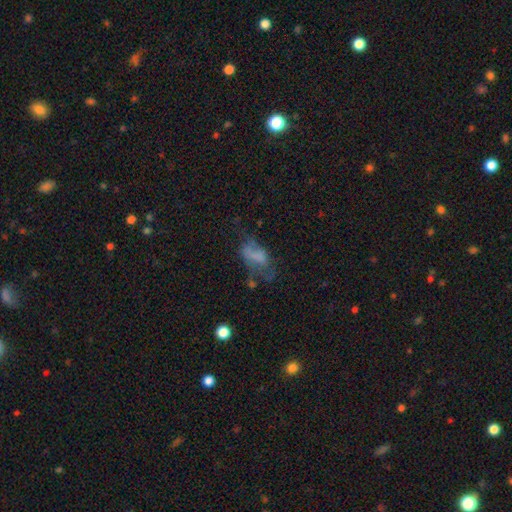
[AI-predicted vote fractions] A smooth galaxy with no disk features (49%). Merging: major disturbance (39%).